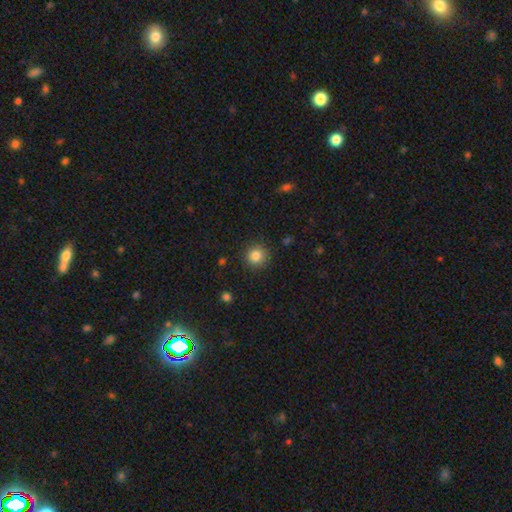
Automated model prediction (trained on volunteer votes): Q: Smooth or featured?
A: smooth (84%); runner-up: star or artifact (11%)
Q: How rounded?
A: round (93%); runner-up: in between (6%)
Q: Merging?
A: none (89%); runner-up: minor disturbance (7%)